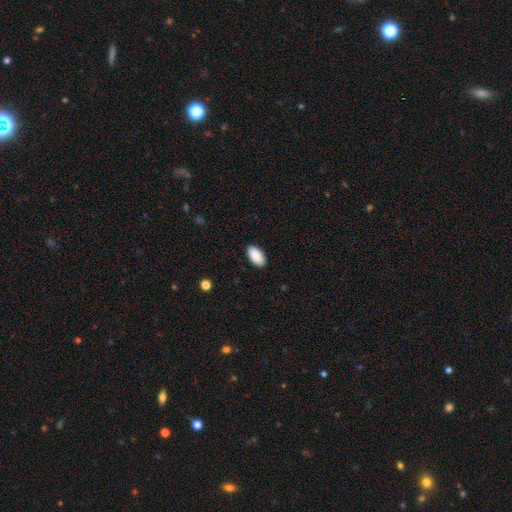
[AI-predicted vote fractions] Smooth or featured: smooth — 90% (star or artifact — 6%)
How rounded: in between — 95% (cigar-shaped — 3%)
Merging: none — 90% (minor disturbance — 8%)